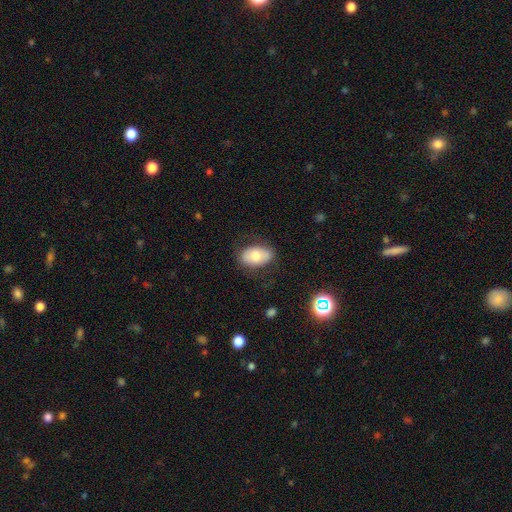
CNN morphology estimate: smooth-or-featured: smooth: 71% | featured or disk: 22% | star or artifact: 7%
  how-rounded: in between: 90% | round: 9% | cigar-shaped: 1%
  merging: none: 77% | minor disturbance: 16% | major disturbance: 6% | merger: 1%